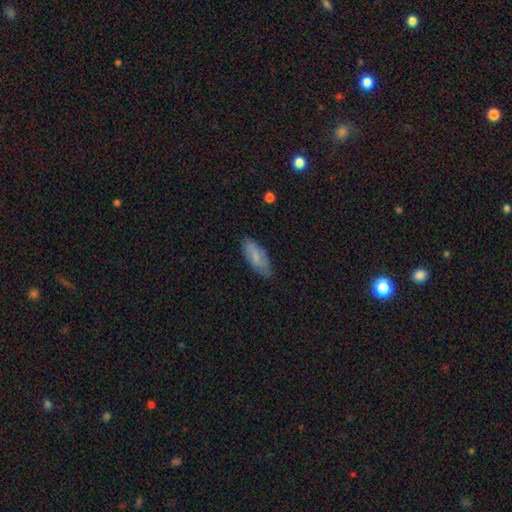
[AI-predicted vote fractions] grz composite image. It shows a smooth galaxy with no disk features (71%) that is in between round and cigar-shaped (79%). Merging: none (79%).